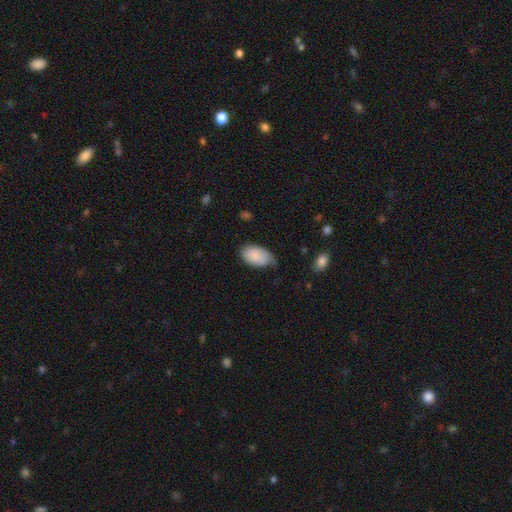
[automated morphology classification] A smooth galaxy with no disk features (86%) that is in between round and cigar-shaped (95%). Merging: none (54%).